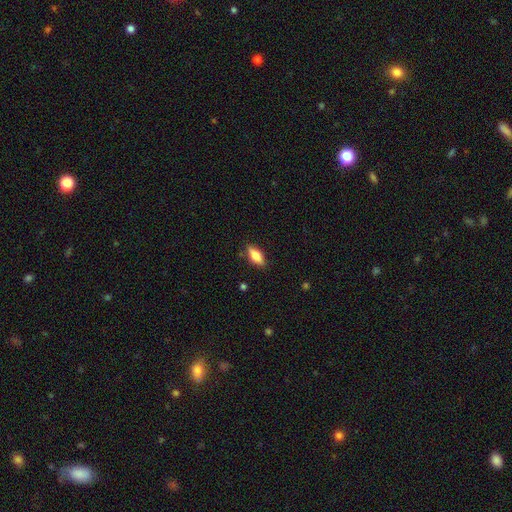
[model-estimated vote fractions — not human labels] Morphology: type=smooth (73%); roundness=in between (80%); merging=none (84%).